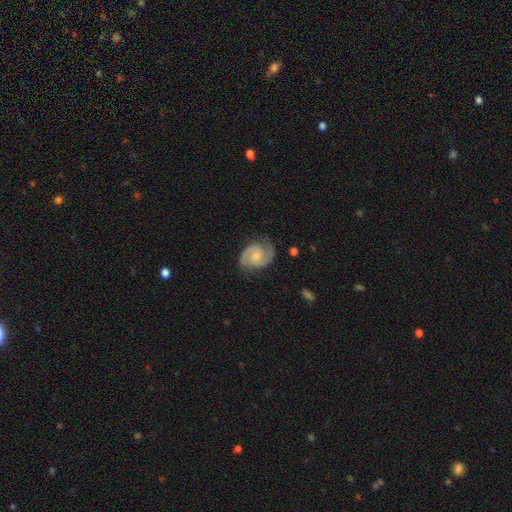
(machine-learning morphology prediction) Smooth or featured?
  - featured or disk: 85% *
  - smooth: 10%
  - star or artifact: 5%
Edge-on disk?
  - no: 98% *
  - yes: 2%
Bar?
  - no: 60% *
  - weak: 35%
  - strong: 6%
Spiral arms?
  - yes: 97% *
  - no: 3%
Spiral winding?
  - medium: 53% *
  - tight: 33%
  - loose: 13%
Spiral arm count?
  - 2: 92% *
  - can't tell: 3%
  - 1: 1%
  - 3: 1%
  - 4: 1%
  - more than 4: 1%
Bulge size?
  - small: 43% *
  - moderate: 42%
  - none: 11%
  - large: 3%
  - dominant: 1%
Merging?
  - none: 78% *
  - minor disturbance: 16%
  - major disturbance: 4%
  - merger: 1%